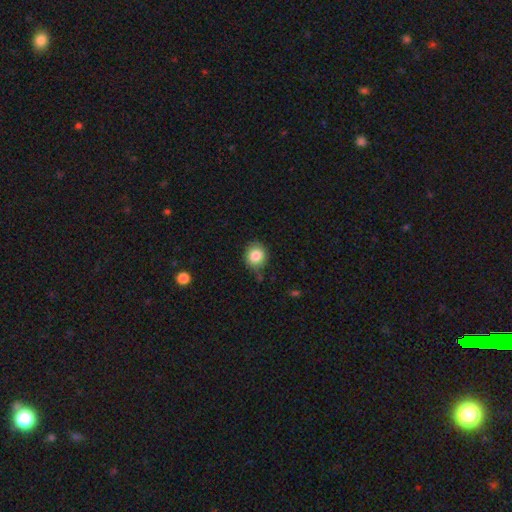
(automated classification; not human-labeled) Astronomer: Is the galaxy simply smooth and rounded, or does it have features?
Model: smooth — 84%.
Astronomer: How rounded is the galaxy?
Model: round — 80%.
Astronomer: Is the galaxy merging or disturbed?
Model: none — 76%.